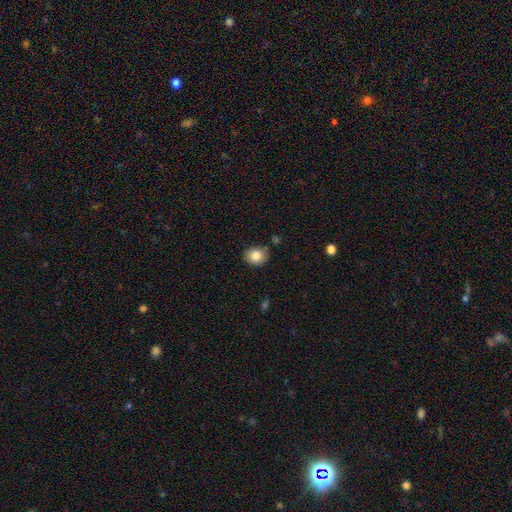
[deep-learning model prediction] Smooth or featured? smooth (83%)
How rounded? round (64%)
Merging? none (82%)